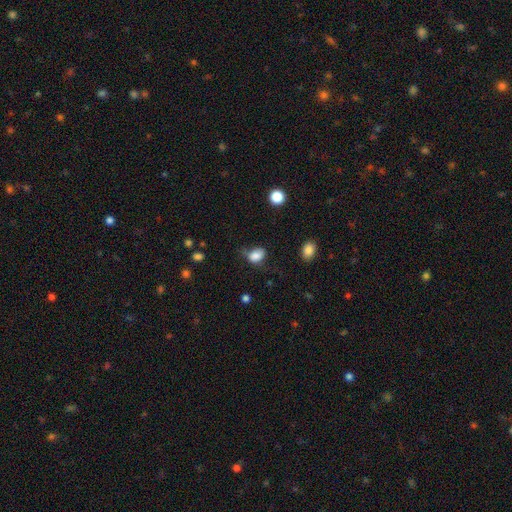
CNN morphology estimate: Smooth or featured? Predicted: smooth (p=0.82). How rounded? Predicted: in between (p=0.67). Merging? Predicted: none (p=0.41).